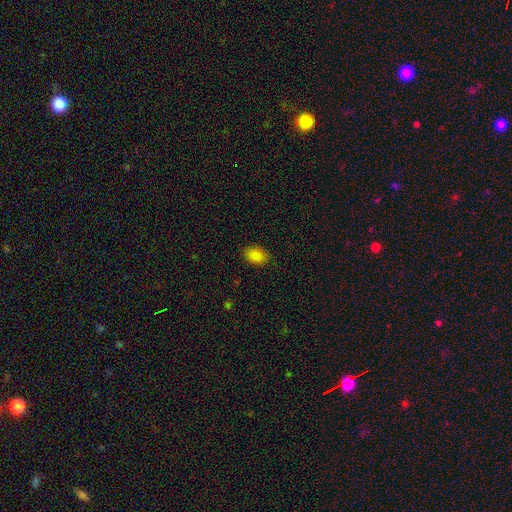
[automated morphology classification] A smooth galaxy with no disk features (86%) that is in between round and cigar-shaped (84%).

Vote fractions:
- Smooth or featured? smooth: 86% / star or artifact: 10% / featured or disk: 4%
- How rounded? in between: 84% / round: 15% / cigar-shaped: 1%
- Merging? none: 86% / minor disturbance: 11% / major disturbance: 3% / merger: 1%